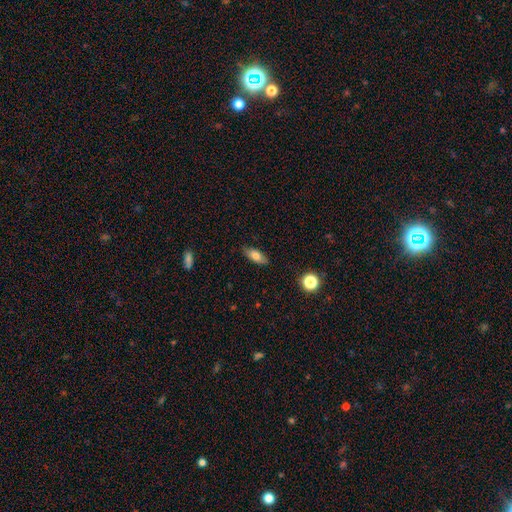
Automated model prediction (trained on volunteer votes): smooth_or_featured: smooth (p=0.73) [alt: featured or disk p=0.19]
how_rounded: in between (p=0.81) [alt: cigar-shaped p=0.16]
merging: none (p=0.84) [alt: minor disturbance p=0.13]